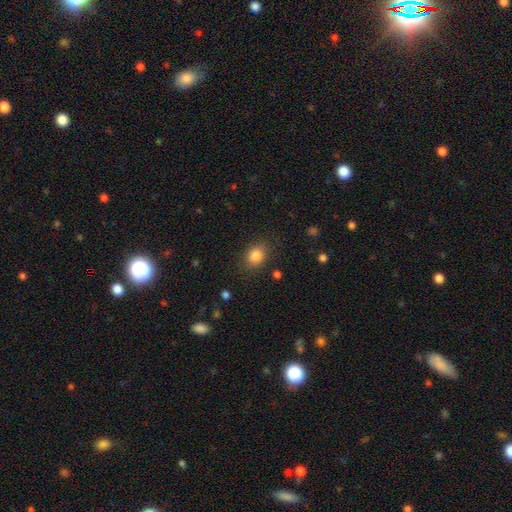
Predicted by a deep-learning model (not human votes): The model was most divided on "how rounded": in between: 54%, round: 45%, cigar-shaped: 1%. More confident: smooth or featured — smooth (84%); merging — none (83%).